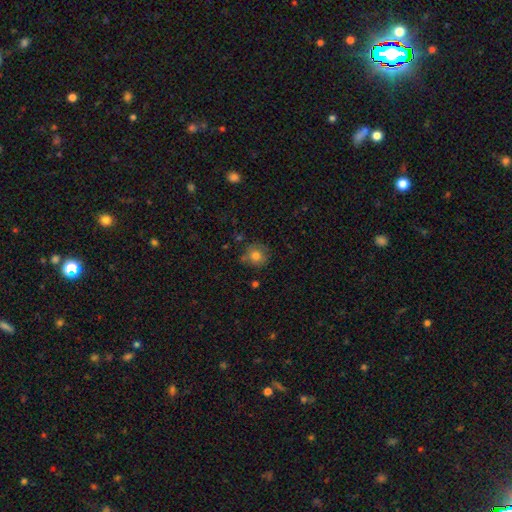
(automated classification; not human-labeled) Q: Smooth or featured?
A: smooth (78%); runner-up: featured or disk (11%)
Q: How rounded?
A: round (88%); runner-up: in between (11%)
Q: Merging?
A: none (72%); runner-up: minor disturbance (20%)